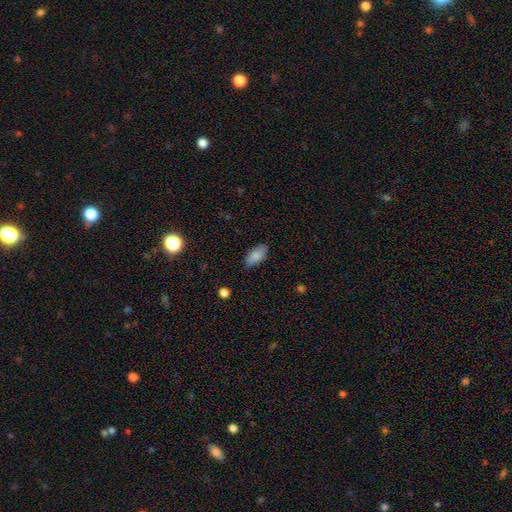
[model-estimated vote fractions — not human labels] Overall: smooth (83%). How rounded: in between (91%). Merging: none (78%).